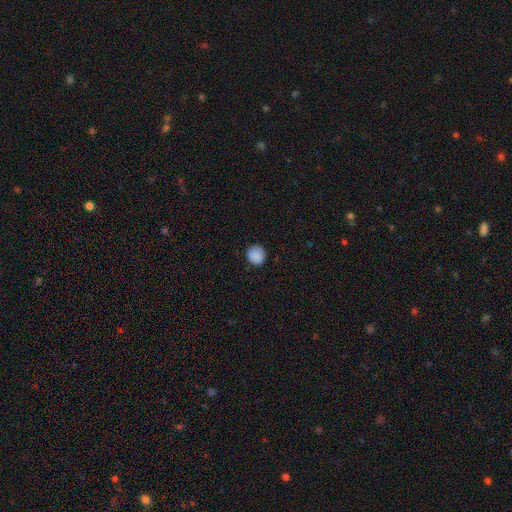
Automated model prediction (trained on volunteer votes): Morphology: type=smooth (88%); roundness=round (88%); merging=none (85%).